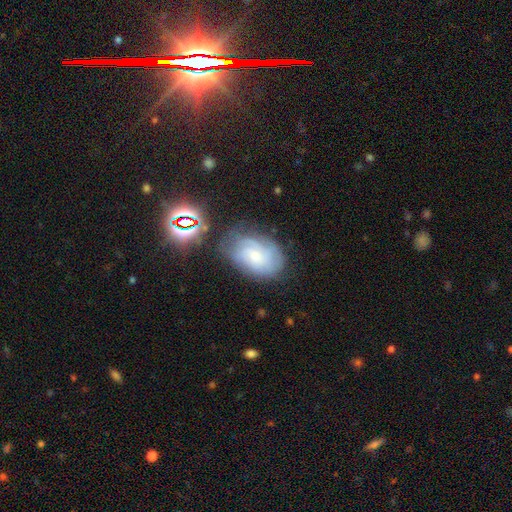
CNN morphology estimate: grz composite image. It shows a featured or disk galaxy (61%) with no bar (70%), tight (57%) spiral arms (89%) and a small central bulge (54%). Merging: none (63%).